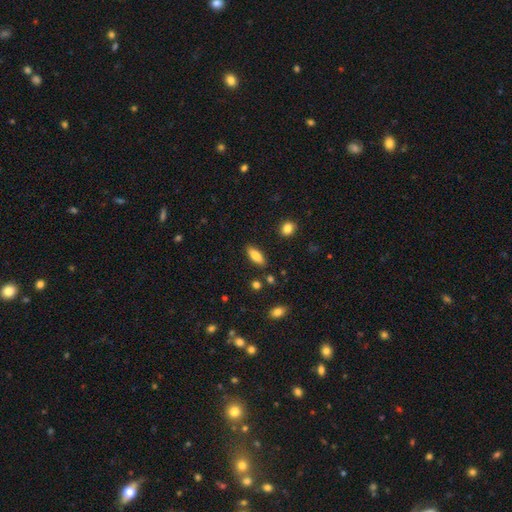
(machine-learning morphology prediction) This appears to be a smooth galaxy with no disk features (82%) that is in between round and cigar-shaped (75%). Merging: none (85%).